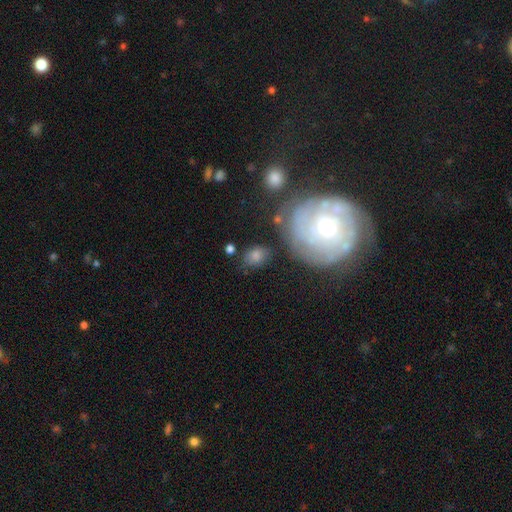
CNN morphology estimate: smooth 72%, featured or disk 18%, star or artifact 10%. Down the decision tree: how rounded — in between (67%); merging — none (67%).